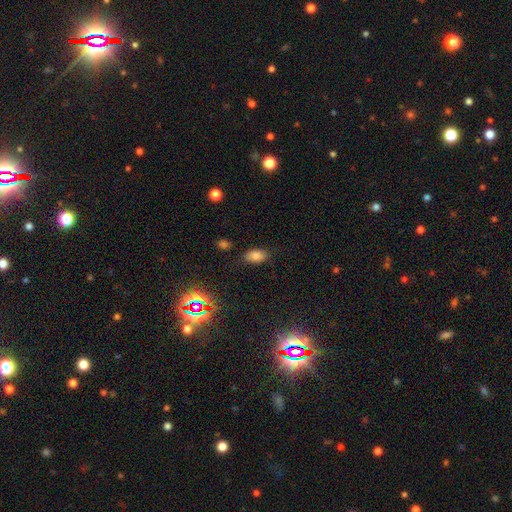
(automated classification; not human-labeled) The model was most divided on "smooth or featured": smooth: 78%, star or artifact: 15%, featured or disk: 8%. More confident: how rounded — in between (90%); merging — none (79%).